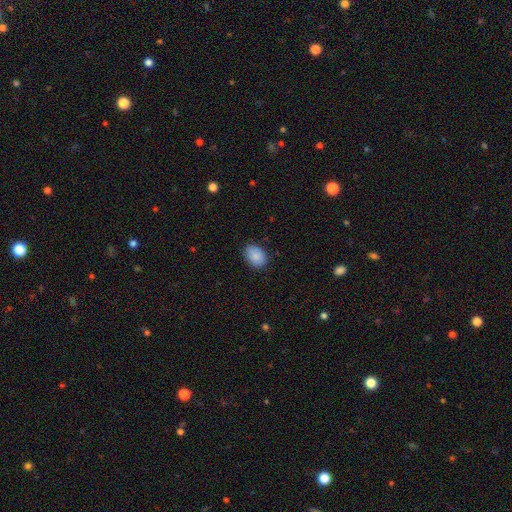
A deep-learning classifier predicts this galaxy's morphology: Smooth or featured? Predicted: smooth (p=0.88). How rounded? Predicted: in between (p=0.76). Merging? Predicted: none (p=0.84).